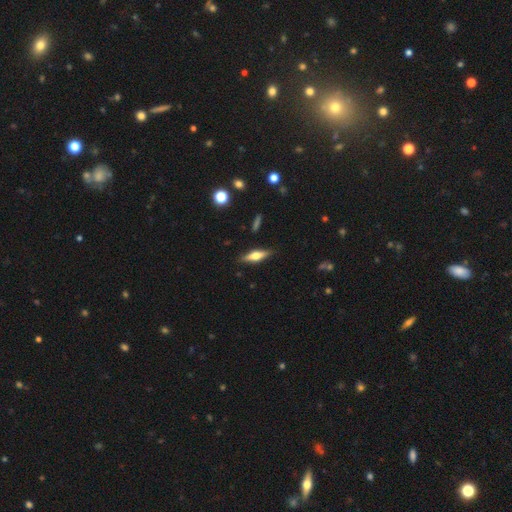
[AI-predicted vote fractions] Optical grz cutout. It shows a featured or disk galaxy (54%) viewed edge-on (93%) with a rounded central bulge (89%). Merging: none (86%).